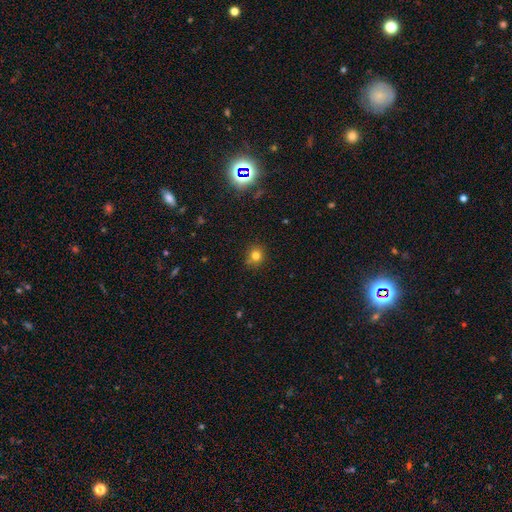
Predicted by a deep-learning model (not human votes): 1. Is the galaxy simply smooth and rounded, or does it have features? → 77% smooth, 16% star or artifact, 7% featured or disk.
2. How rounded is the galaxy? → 86% round, 13% in between, 1% cigar-shaped.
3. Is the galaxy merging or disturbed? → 82% none, 12% minor disturbance, 4% merger, 3% major disturbance.